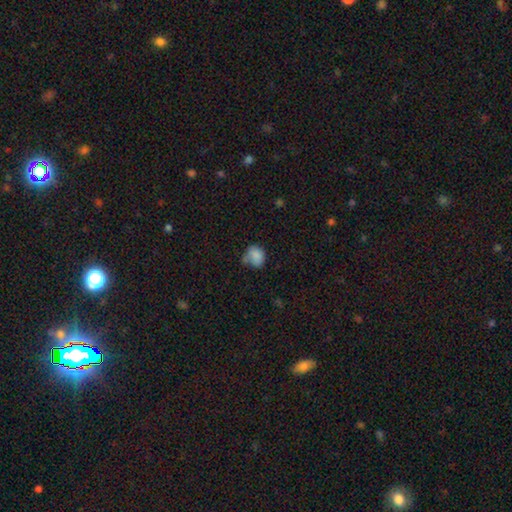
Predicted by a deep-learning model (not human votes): This is clearly a smooth galaxy (82%). How rounded: possibly round (55%). Merging: marginally none (41%).